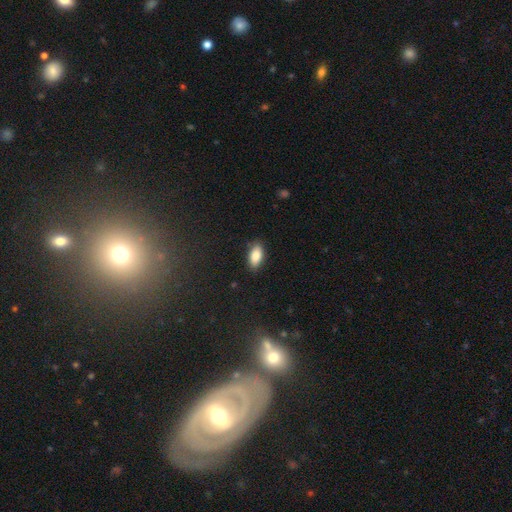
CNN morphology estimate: A smooth galaxy with no disk features (85%) that is in between round and cigar-shaped (91%). Merging: none (86%).